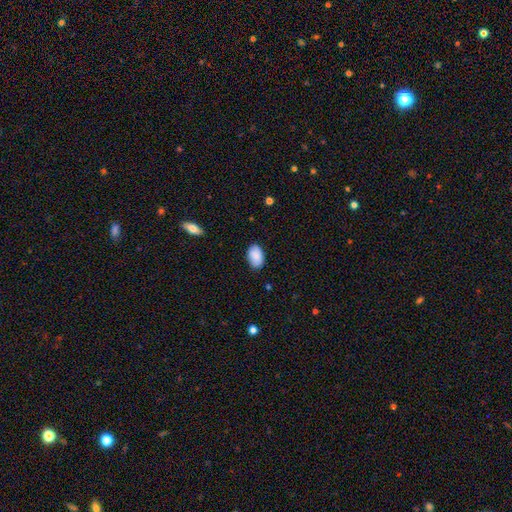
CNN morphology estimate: The model was most divided on "merging": none: 85%, minor disturbance: 12%, major disturbance: 2%, merger: 1%. More confident: how rounded — in between (91%); smooth or featured — smooth (87%).